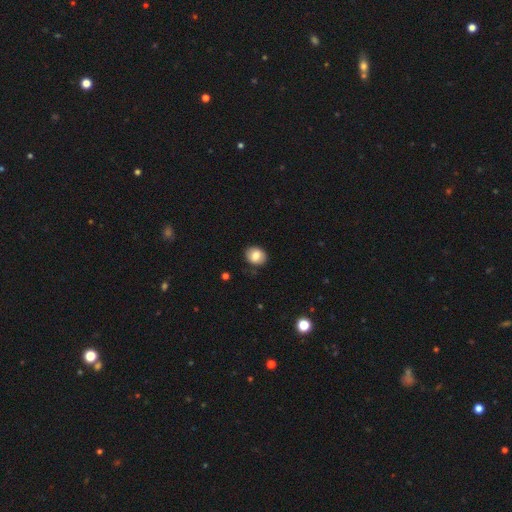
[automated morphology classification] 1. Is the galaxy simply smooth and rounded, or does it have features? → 80% smooth, 12% featured or disk, 8% star or artifact.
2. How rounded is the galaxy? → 63% round, 36% in between, 1% cigar-shaped.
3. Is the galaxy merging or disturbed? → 83% none, 13% minor disturbance, 3% major disturbance, 1% merger.